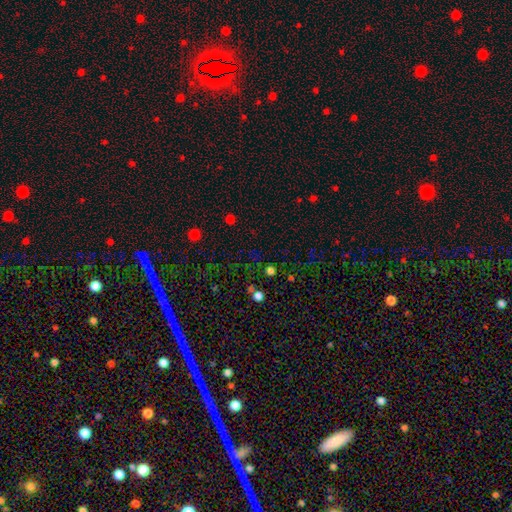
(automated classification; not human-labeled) Q: Smooth or featured?
A: smooth (47%); runner-up: star or artifact (46%)
Q: Merging?
A: none (79%); runner-up: minor disturbance (9%)